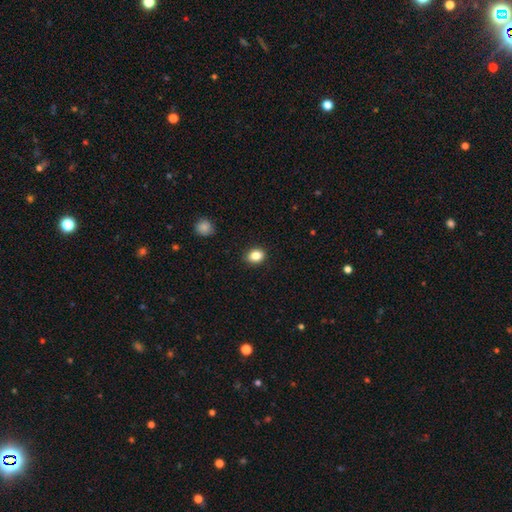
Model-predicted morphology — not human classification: A smooth galaxy with no disk features (85%) that is round (50%).

Vote fractions:
- Smooth or featured? smooth: 85% / star or artifact: 10% / featured or disk: 5%
- How rounded? round: 50% / in between: 49% / cigar-shaped: 1%
- Merging? none: 88% / minor disturbance: 9% / major disturbance: 2% / merger: 1%